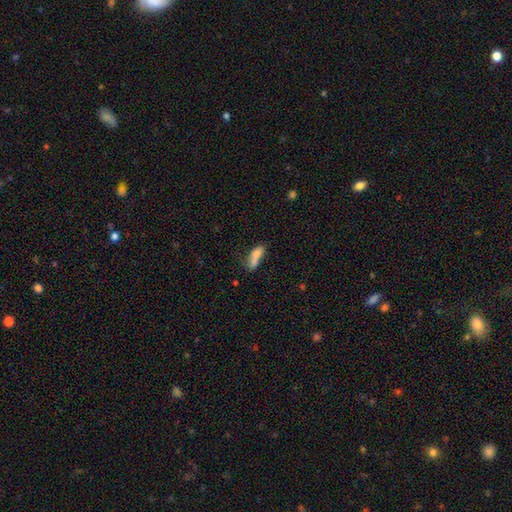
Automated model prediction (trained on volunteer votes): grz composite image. It shows a smooth galaxy with no disk features (76%) that is in between round and cigar-shaped (66%). Merging: merger (41%).